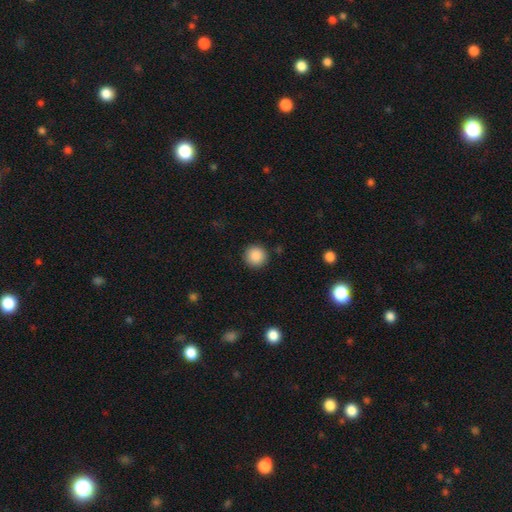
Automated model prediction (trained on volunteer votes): Smooth or featured?
  - smooth: 88% *
  - star or artifact: 9%
  - featured or disk: 3%
How rounded?
  - round: 95% *
  - in between: 4%
  - cigar-shaped: 1%
Merging?
  - none: 91% *
  - minor disturbance: 6%
  - major disturbance: 2%
  - merger: 1%